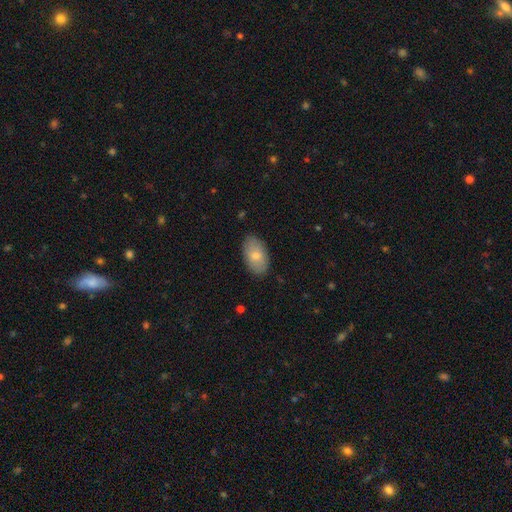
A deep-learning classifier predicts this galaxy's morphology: smooth 77%, featured or disk 17%, star or artifact 6%. Down the decision tree: how rounded — in between (93%); merging — none (86%).